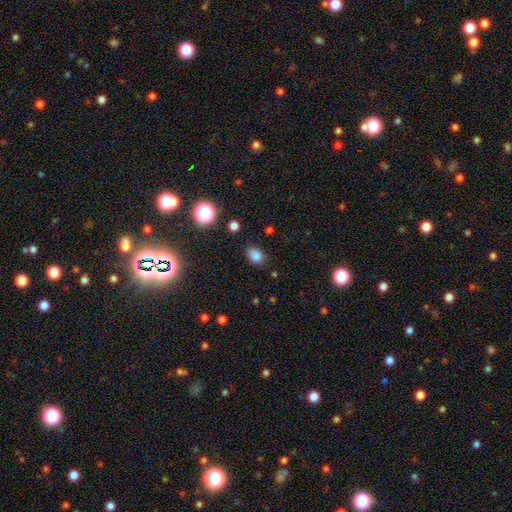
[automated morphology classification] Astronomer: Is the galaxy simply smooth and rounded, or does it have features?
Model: smooth — 82%.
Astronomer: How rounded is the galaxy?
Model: in between — 69%.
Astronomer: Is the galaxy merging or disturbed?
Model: none — 79%.